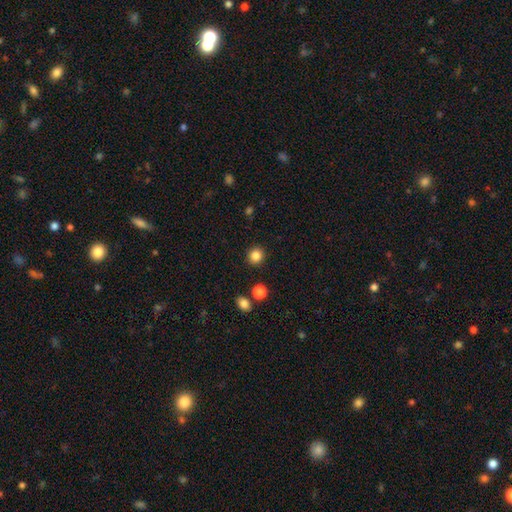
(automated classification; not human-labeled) smooth-or-featured: smooth: 85% | star or artifact: 11% | featured or disk: 4%
  how-rounded: round: 90% | in between: 9% | cigar-shaped: 1%
  merging: none: 91% | minor disturbance: 5% | major disturbance: 2% | merger: 2%